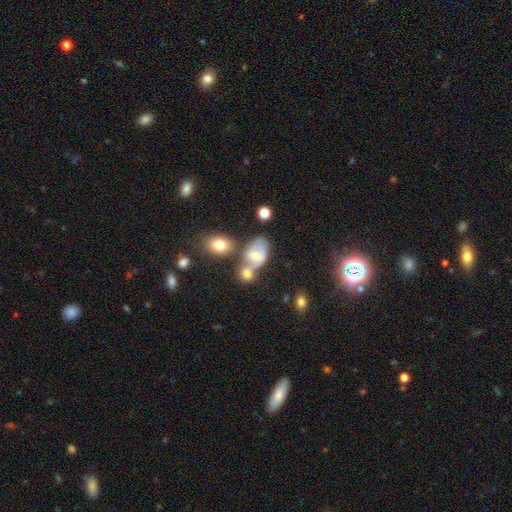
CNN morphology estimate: A featured or disk galaxy (56%) with no bar (56%), spiral arms (72%) and a moderate central bulge (52%).

Vote fractions:
- Smooth or featured? featured or disk: 56% / smooth: 31% / star or artifact: 13%
- Edge-on disk? no: 95% / yes: 5%
- Bar? no: 56% / weak: 35% / strong: 9%
- Spiral arms? yes: 72% / no: 28%
- Bulge size? moderate: 52% / small: 40% / large: 3% / none: 3% / dominant: 1%
- Merging? none: 36% / merger: 35% / minor disturbance: 18% / major disturbance: 11%